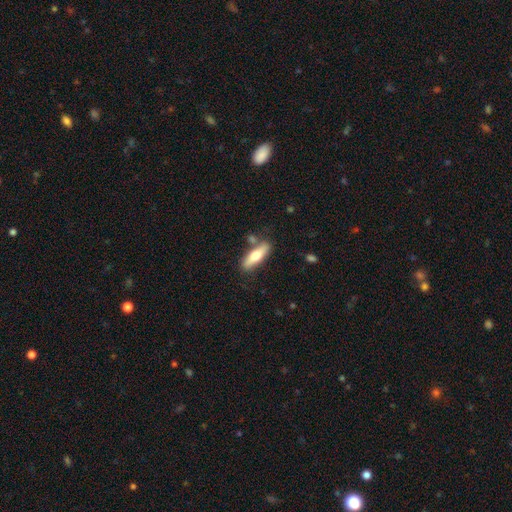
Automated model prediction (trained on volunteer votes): A smooth galaxy with no disk features (60%) that is cigar-shaped (58%). Merging: none (77%).